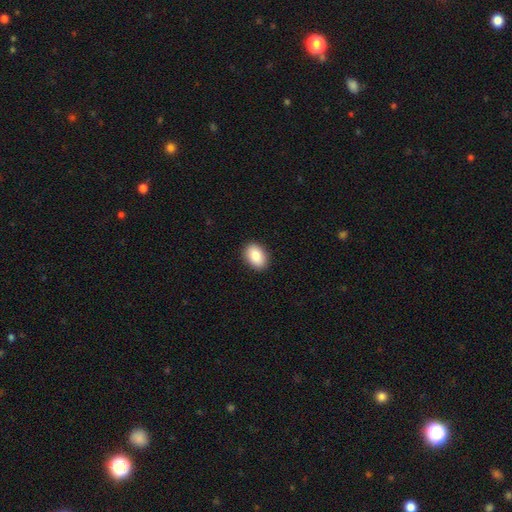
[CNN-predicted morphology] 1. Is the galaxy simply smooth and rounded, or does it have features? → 85% smooth, 8% featured or disk, 7% star or artifact.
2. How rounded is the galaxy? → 81% in between, 17% round, 1% cigar-shaped.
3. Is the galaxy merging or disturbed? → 91% none, 7% minor disturbance, 2% major disturbance, 1% merger.